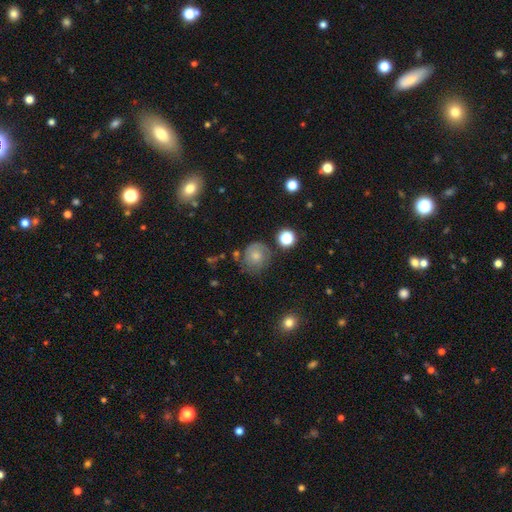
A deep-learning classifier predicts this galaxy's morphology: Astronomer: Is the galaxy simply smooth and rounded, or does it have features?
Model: featured or disk — 45% (runner-up: smooth, 38%).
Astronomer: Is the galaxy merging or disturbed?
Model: none — 74%.